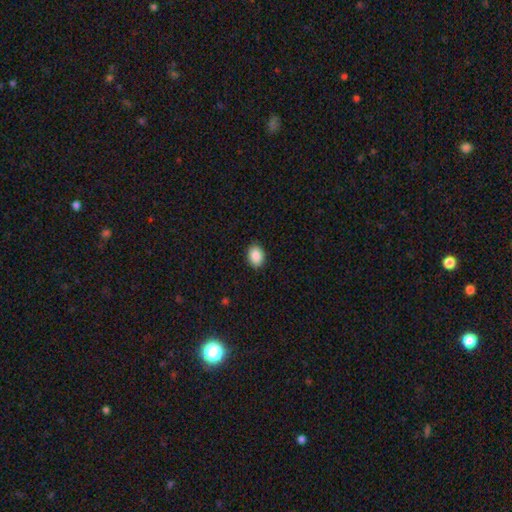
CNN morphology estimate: Smooth or featured: smooth — 90% (star or artifact — 8%)
How rounded: in between — 67% (round — 32%)
Merging: none — 89% (minor disturbance — 8%)